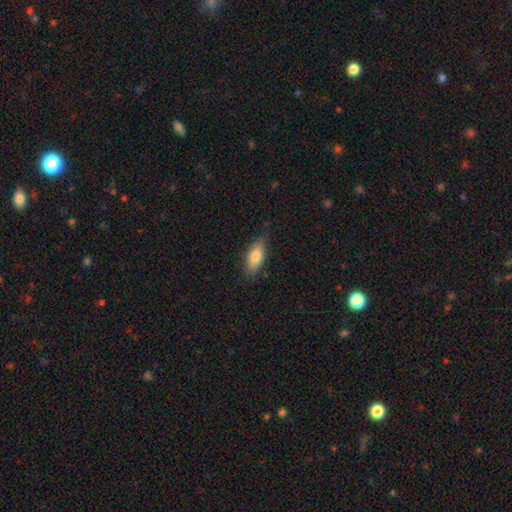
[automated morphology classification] Smooth or featured? smooth (77%)
How rounded? in between (78%)
Merging? none (79%)